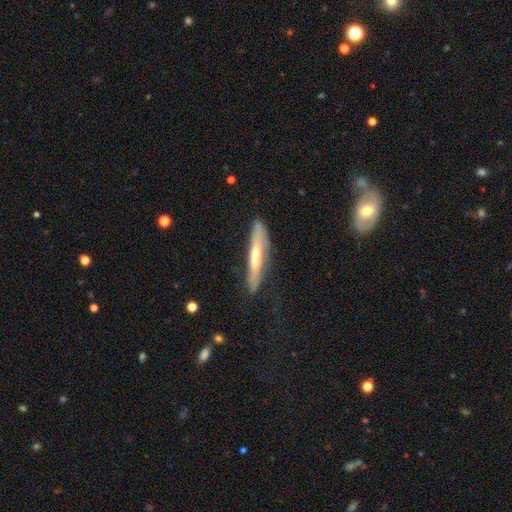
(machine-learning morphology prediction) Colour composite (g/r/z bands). It shows a smooth galaxy with no disk features (52%) that is cigar-shaped (91%). Merging: none (73%).